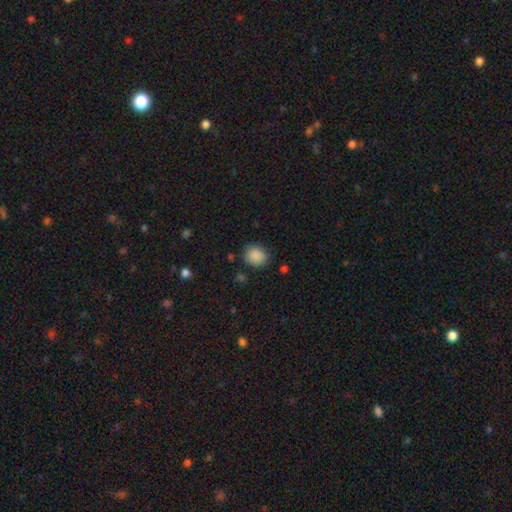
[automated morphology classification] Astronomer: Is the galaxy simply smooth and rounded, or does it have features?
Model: smooth — 88%.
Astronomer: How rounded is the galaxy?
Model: round — 73%.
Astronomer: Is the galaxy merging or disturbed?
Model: none — 83%.